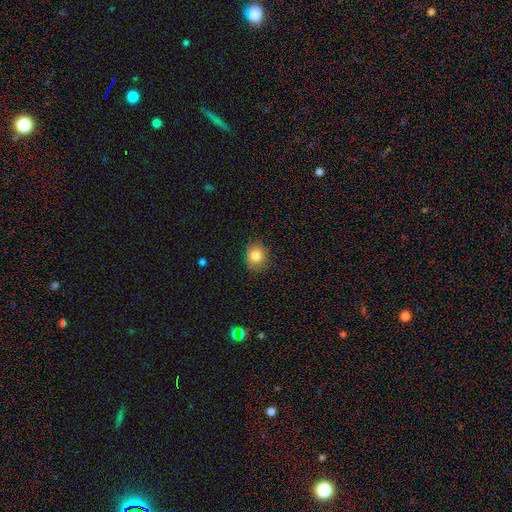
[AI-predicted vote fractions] Smooth or featured?
  - smooth: 83% *
  - star or artifact: 10%
  - featured or disk: 7%
How rounded?
  - round: 74% *
  - in between: 25%
  - cigar-shaped: 1%
Merging?
  - none: 81% *
  - minor disturbance: 15%
  - major disturbance: 3%
  - merger: 1%